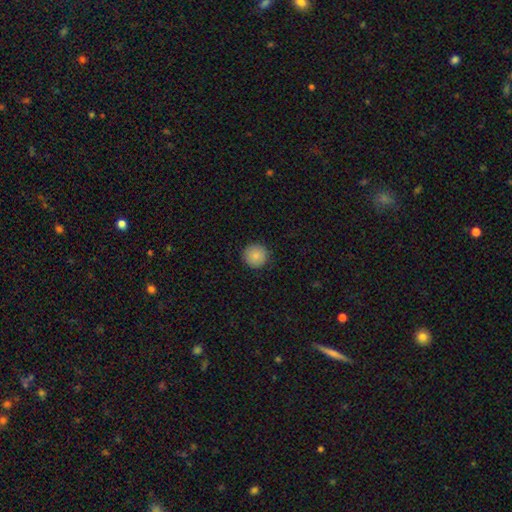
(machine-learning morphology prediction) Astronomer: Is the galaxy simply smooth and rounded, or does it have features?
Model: smooth — 86%.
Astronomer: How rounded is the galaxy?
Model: round — 95%.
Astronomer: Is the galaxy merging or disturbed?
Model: none — 91%.